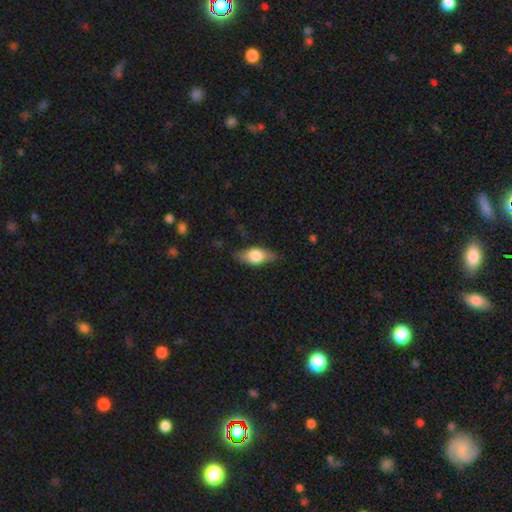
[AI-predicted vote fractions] smooth_or_featured: smooth (p=0.70) [alt: featured or disk p=0.23]
how_rounded: in between (p=0.83) [alt: cigar-shaped p=0.12]
merging: none (p=0.80) [alt: minor disturbance p=0.15]